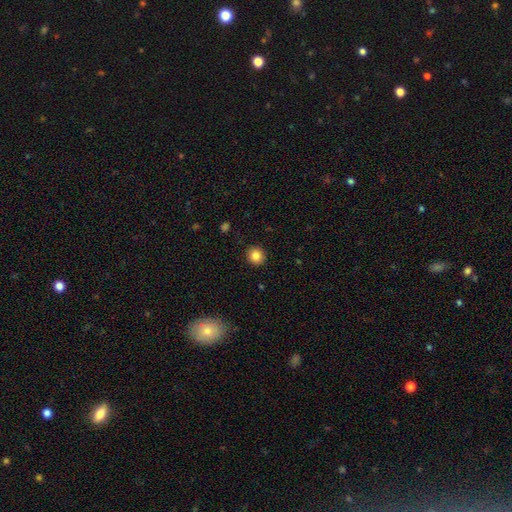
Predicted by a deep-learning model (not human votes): Smooth or featured: smooth — 85% (star or artifact — 10%)
How rounded: round — 89% (in between — 10%)
Merging: none — 91% (minor disturbance — 6%)